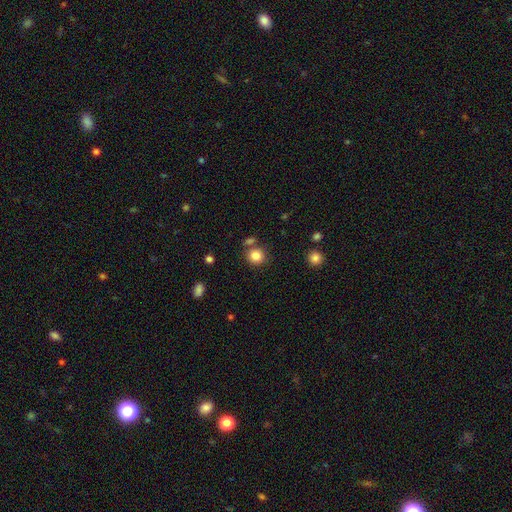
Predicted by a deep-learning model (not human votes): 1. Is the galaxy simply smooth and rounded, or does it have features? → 84% smooth, 11% star or artifact, 6% featured or disk.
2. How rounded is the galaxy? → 87% round, 12% in between, 1% cigar-shaped.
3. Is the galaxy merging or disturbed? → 75% none, 13% merger, 9% minor disturbance, 3% major disturbance.